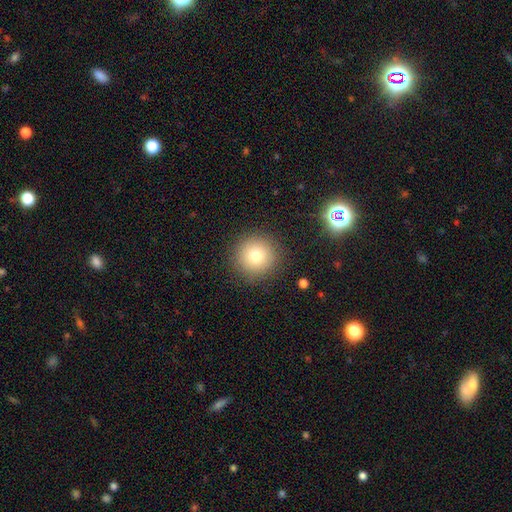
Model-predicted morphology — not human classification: type=smooth (78%); roundness=round (95%); merging=none (89%).